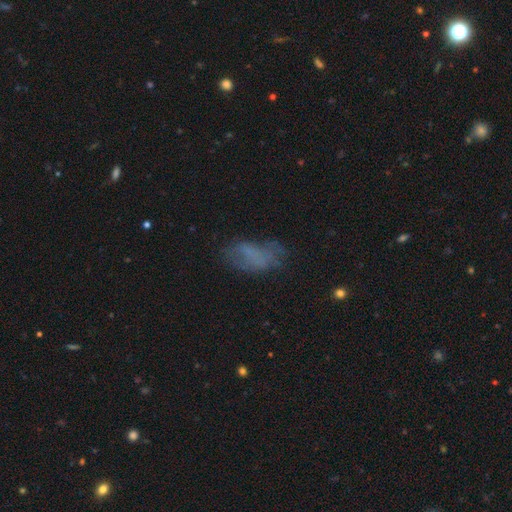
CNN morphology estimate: The model was most divided on "smooth or featured": smooth: 52%, featured or disk: 28%, star or artifact: 19%. More confident: how rounded — in between (87%); merging — none (60%).